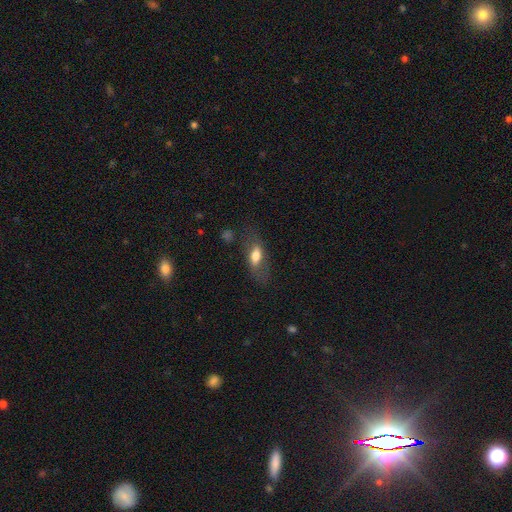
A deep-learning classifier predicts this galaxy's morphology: This is likely a smooth galaxy (63%). How rounded: likely in between (73%). Merging: likely none (62%).